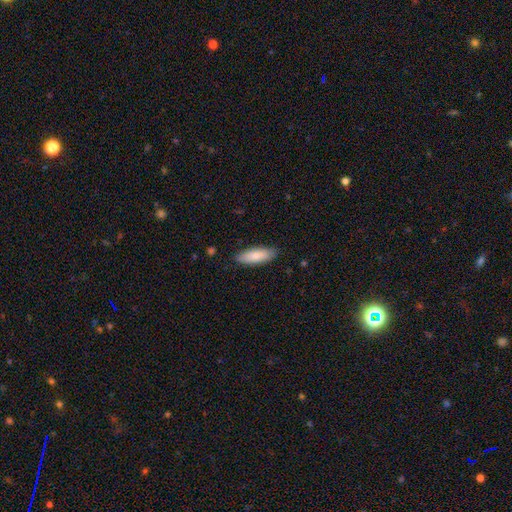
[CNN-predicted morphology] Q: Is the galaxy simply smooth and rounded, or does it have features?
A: smooth — 83%.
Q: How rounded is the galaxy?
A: in between — 62%.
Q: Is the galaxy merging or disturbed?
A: none — 86%.